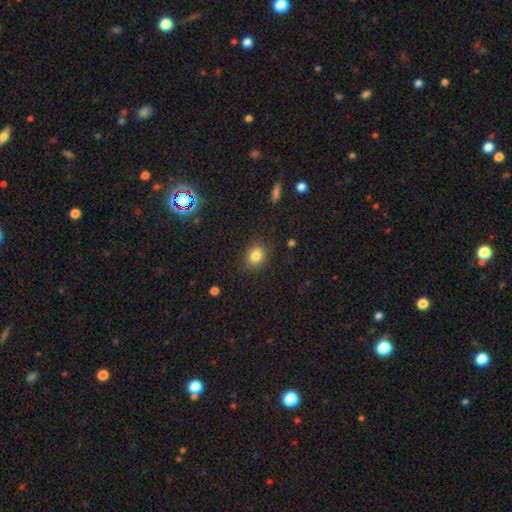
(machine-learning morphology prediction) This is clearly a smooth galaxy (82%). How rounded: likely round (63%). Merging: clearly none (83%).